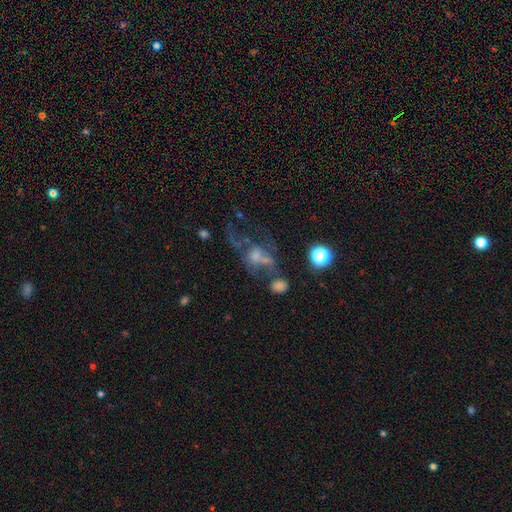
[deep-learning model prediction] Smooth or featured?
  - featured or disk: 49% *
  - smooth: 26%
  - star or artifact: 25%
Merging?
  - major disturbance: 38% *
  - none: 28%
  - merger: 20%
  - minor disturbance: 14%